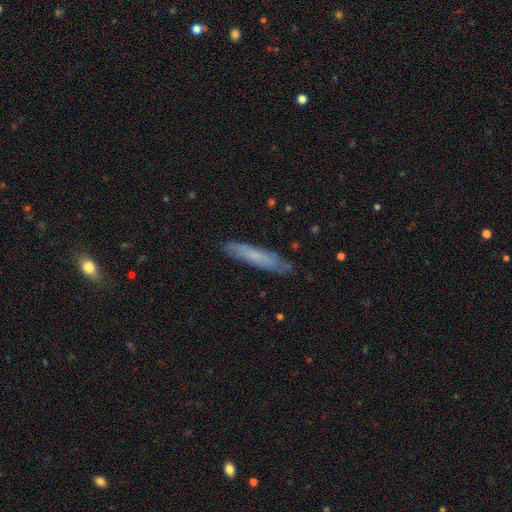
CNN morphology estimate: A smooth galaxy with no disk features (53%) that is cigar-shaped (86%).

Vote fractions:
- Smooth or featured? smooth: 53% / featured or disk: 39% / star or artifact: 8%
- How rounded? cigar-shaped: 86% / in between: 12% / round: 1%
- Merging? none: 82% / minor disturbance: 13% / major disturbance: 3% / merger: 1%